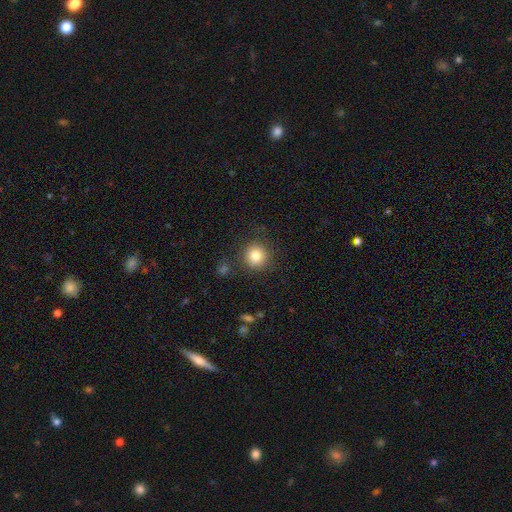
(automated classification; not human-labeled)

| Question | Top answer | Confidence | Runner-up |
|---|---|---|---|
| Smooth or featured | smooth | 81% | star or artifact (11%) |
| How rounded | round | 93% | in between (6%) |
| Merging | none | 87% | minor disturbance (8%) |